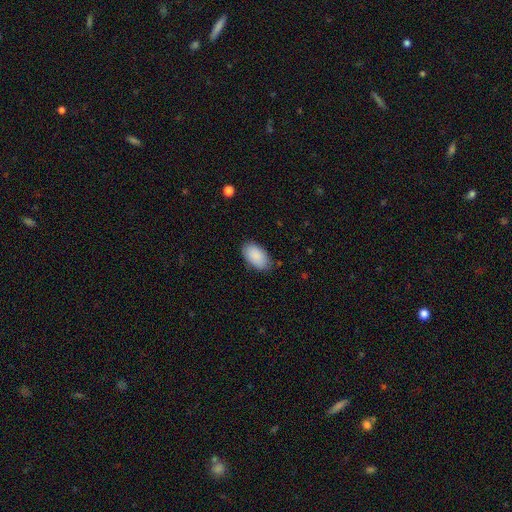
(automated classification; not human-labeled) Smooth or featured? smooth (89%)
How rounded? in between (95%)
Merging? none (82%)